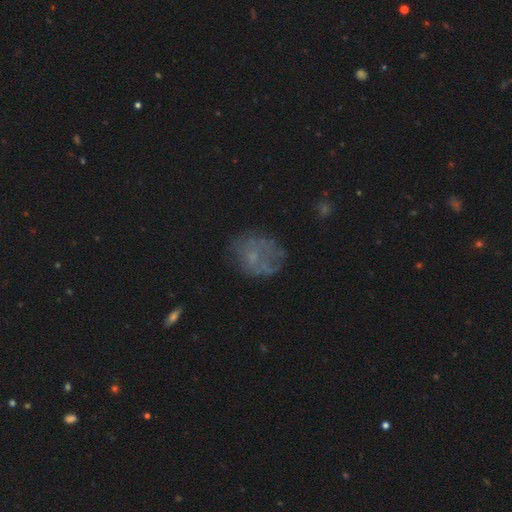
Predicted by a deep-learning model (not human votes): Q: Smooth or featured?
A: smooth (44%); runner-up: featured or disk (38%)
Q: Merging?
A: none (59%); runner-up: minor disturbance (22%)